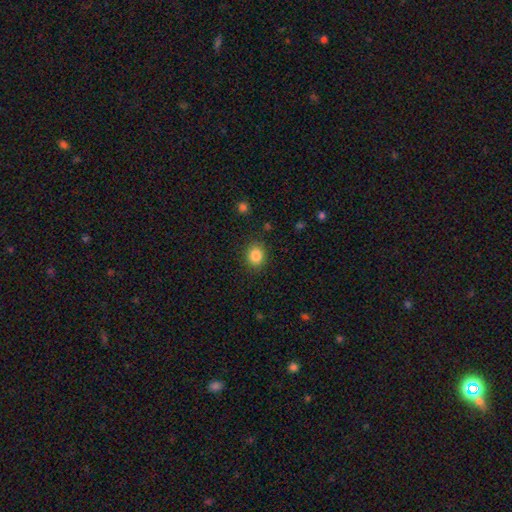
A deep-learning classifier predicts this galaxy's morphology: Overall: smooth (86%). How rounded: round (66%; in between 33%). Merging: none (87%).